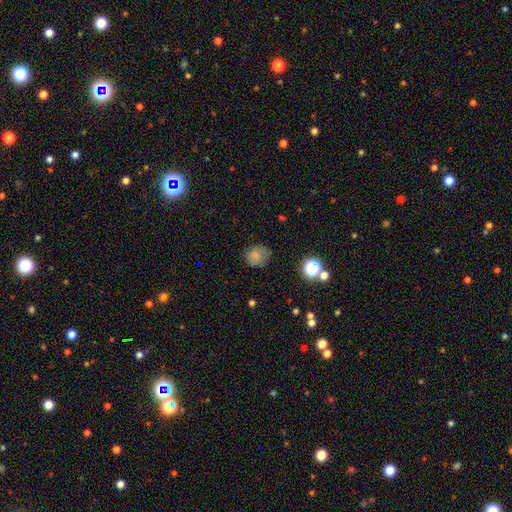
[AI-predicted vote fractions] This appears to be a smooth galaxy with no disk features (74%) that is round (76%). Merging: none (68%).